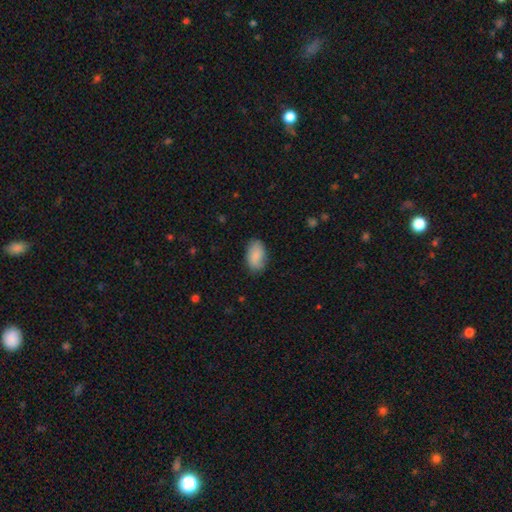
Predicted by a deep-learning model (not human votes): Smooth or featured: smooth — 85% (featured or disk — 9%)
How rounded: in between — 92% (round — 6%)
Merging: none — 78% (minor disturbance — 17%)